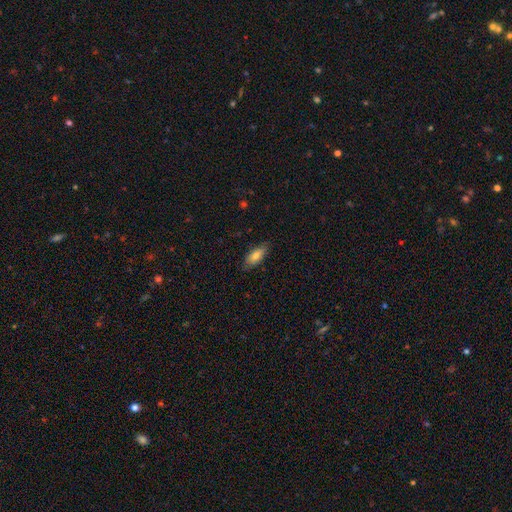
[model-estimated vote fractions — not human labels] smooth-or-featured: smooth: 76% | featured or disk: 18% | star or artifact: 7%
  how-rounded: in between: 74% | cigar-shaped: 24% | round: 2%
  merging: none: 81% | minor disturbance: 15% | major disturbance: 3% | merger: 1%